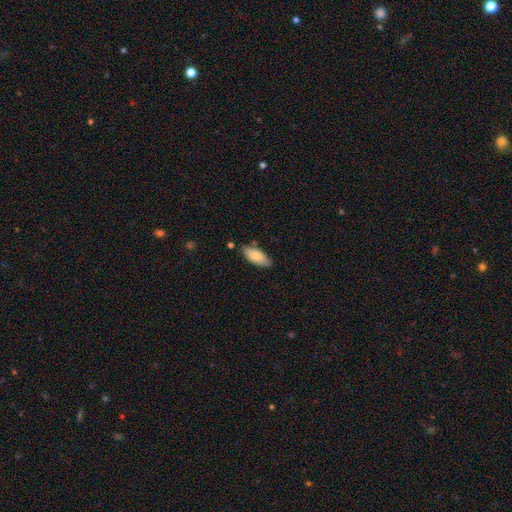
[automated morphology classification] This is clearly a smooth galaxy (81%). How rounded: clearly in between (86%). Merging: likely none (75%).